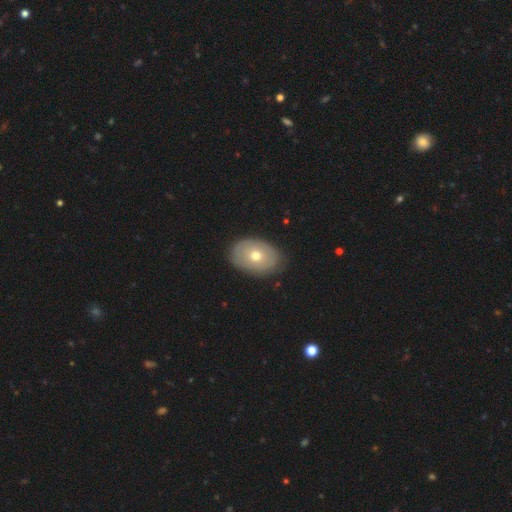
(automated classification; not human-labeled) The model was most divided on "smooth or featured": smooth: 61%, featured or disk: 33%, star or artifact: 6%. More confident: merging — none (84%); how rounded — in between (81%).